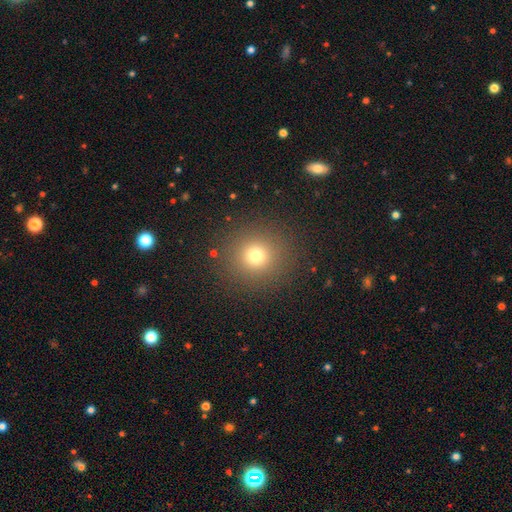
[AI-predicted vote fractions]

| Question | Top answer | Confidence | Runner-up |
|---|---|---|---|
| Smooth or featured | smooth | 72% | star or artifact (19%) |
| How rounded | round | 93% | in between (6%) |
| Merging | none | 89% | minor disturbance (6%) |